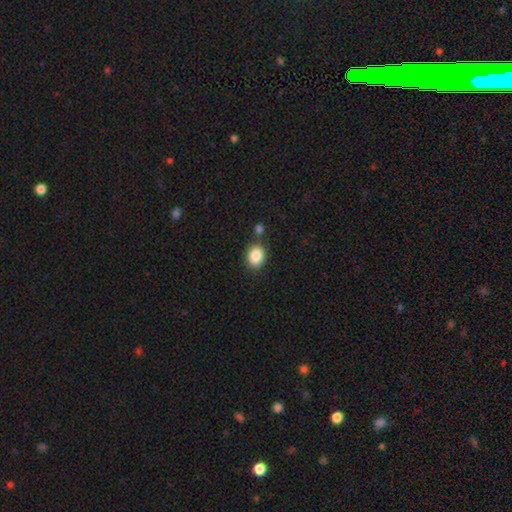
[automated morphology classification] smooth_or_featured: smooth (p=0.87) [alt: star or artifact p=0.08]
how_rounded: round (p=0.51) [alt: in between p=0.48]
merging: none (p=0.77) [alt: minor disturbance p=0.11]